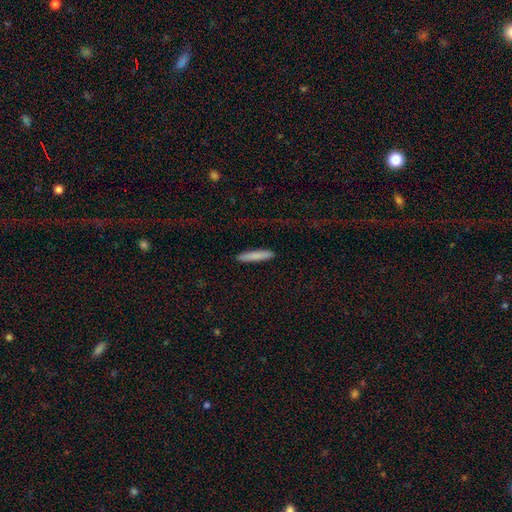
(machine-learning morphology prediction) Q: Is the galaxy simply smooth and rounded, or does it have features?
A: smooth — 82%.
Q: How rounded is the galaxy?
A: cigar-shaped — 92%.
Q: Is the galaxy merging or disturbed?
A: none — 90%.